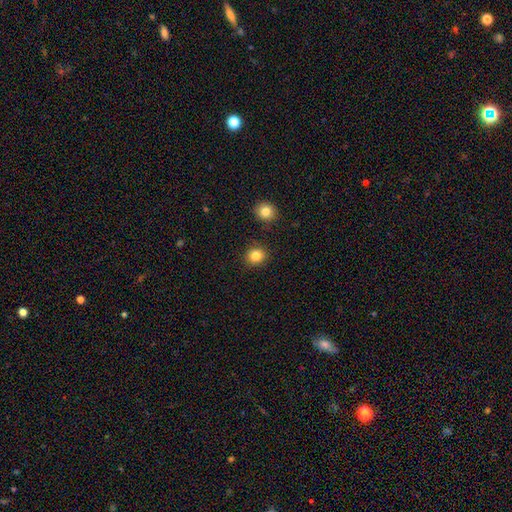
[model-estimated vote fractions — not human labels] The model was most divided on "how rounded": round: 82%, in between: 17%, cigar-shaped: 1%. More confident: merging — none (88%); smooth or featured — smooth (84%).